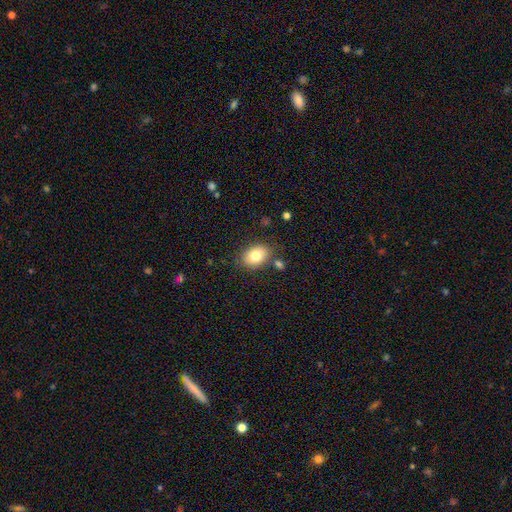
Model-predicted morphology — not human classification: A smooth galaxy with no disk features (80%) that is in between round and cigar-shaped (76%). Merging: none (79%).